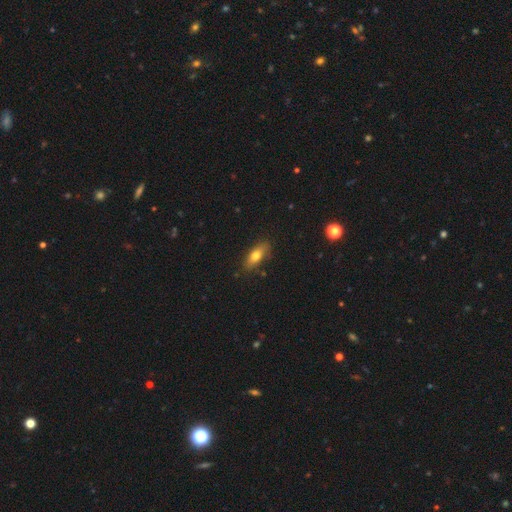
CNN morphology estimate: Smooth or featured? Predicted: smooth (p=0.71). How rounded? Predicted: in between (p=0.69). Merging? Predicted: none (p=0.80).